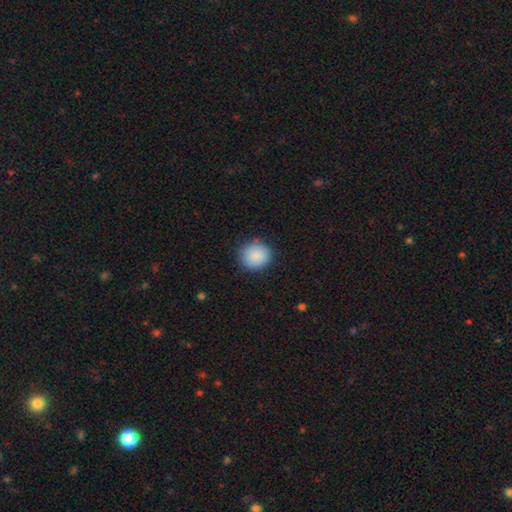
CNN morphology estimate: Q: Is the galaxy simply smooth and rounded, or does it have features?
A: smooth — 89%.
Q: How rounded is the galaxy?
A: round — 89%.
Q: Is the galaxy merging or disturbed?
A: none — 86%.